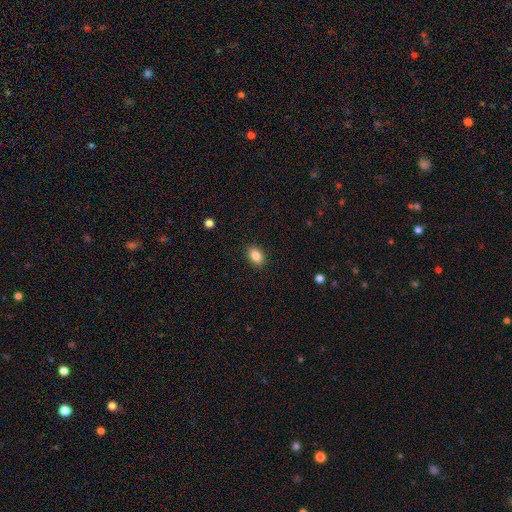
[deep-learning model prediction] Smooth or featured?
  - smooth: 86% *
  - star or artifact: 9%
  - featured or disk: 5%
How rounded?
  - in between: 77% *
  - round: 22%
  - cigar-shaped: 1%
Merging?
  - none: 89% *
  - minor disturbance: 8%
  - major disturbance: 2%
  - merger: 1%